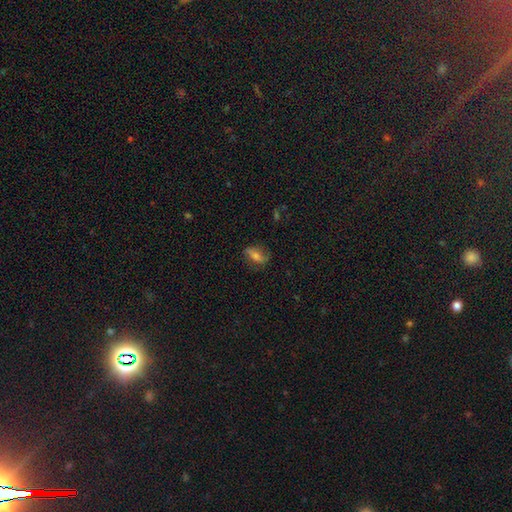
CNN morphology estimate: Smooth or featured? smooth (44%)
Merging? none (76%)